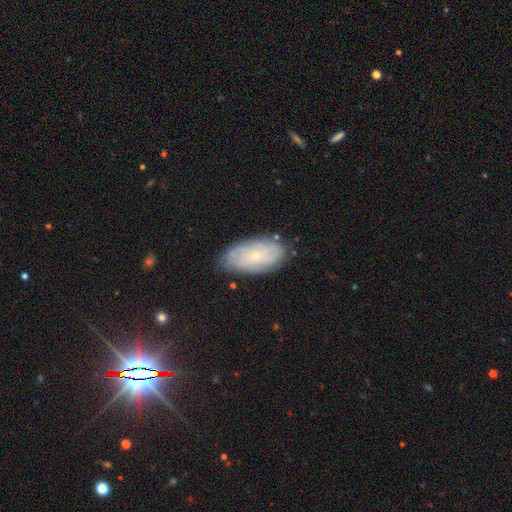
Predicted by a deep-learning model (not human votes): A featured or disk galaxy (56%) with no bar (82%), spiral arms (78%) and a small central bulge (82%).

Vote fractions:
- Smooth or featured? featured or disk: 56% / smooth: 35% / star or artifact: 8%
- Edge-on disk? no: 92% / yes: 8%
- Bar? no: 82% / weak: 16% / strong: 3%
- Spiral arms? yes: 78% / no: 22%
- Bulge size? small: 82% / moderate: 14% / none: 2% / large: 1% / dominant: 1%
- Merging? none: 79% / minor disturbance: 16% / major disturbance: 3% / merger: 1%